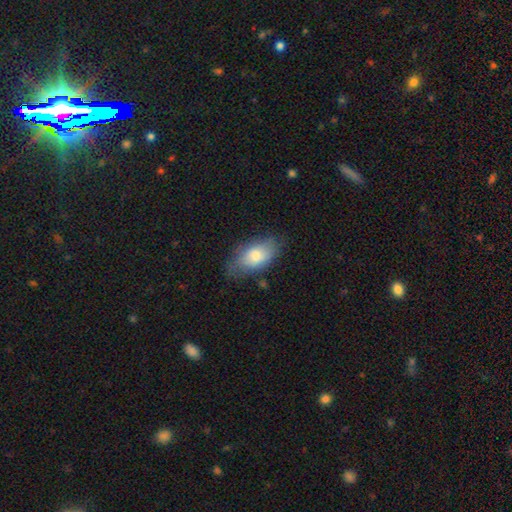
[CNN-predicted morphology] Smooth or featured?
  - smooth: 77% *
  - featured or disk: 17%
  - star or artifact: 6%
How rounded?
  - in between: 91% *
  - cigar-shaped: 5%
  - round: 4%
Merging?
  - none: 68% *
  - minor disturbance: 24%
  - major disturbance: 6%
  - merger: 2%